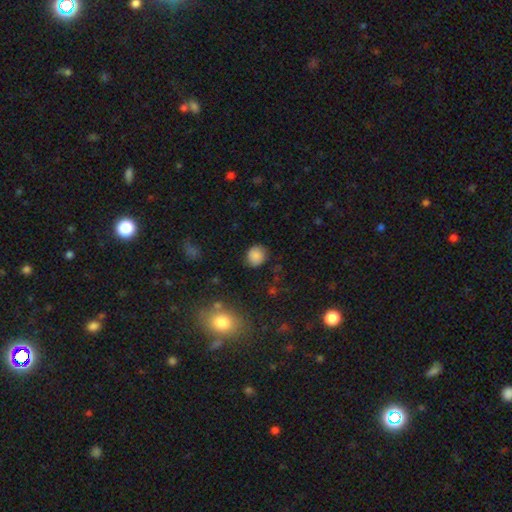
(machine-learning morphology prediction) Q: Smooth or featured?
A: smooth (84%); runner-up: star or artifact (10%)
Q: How rounded?
A: round (82%); runner-up: in between (17%)
Q: Merging?
A: none (85%); runner-up: minor disturbance (11%)